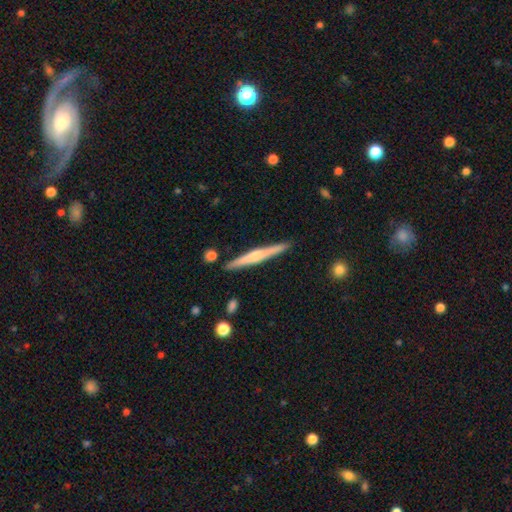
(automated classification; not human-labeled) Smooth or featured? Predicted: featured or disk (p=0.63). Edge-on disk? Predicted: yes (p=0.98). Edge-on bulge? Predicted: rounded (p=0.73). Merging? Predicted: none (p=0.89).